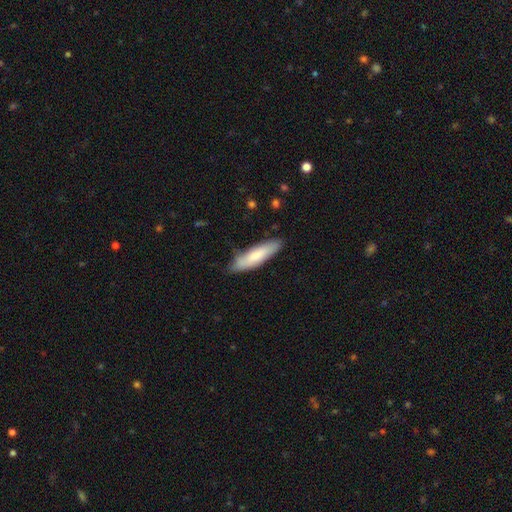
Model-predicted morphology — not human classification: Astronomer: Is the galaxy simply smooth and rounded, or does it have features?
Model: smooth — 73%.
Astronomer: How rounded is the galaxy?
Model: cigar-shaped — 65%.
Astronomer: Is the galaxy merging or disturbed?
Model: none — 78%.